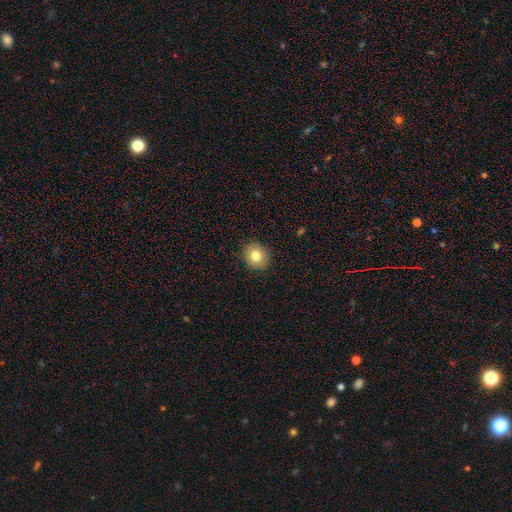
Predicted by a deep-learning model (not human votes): Morphology: type=smooth (80%); roundness=round (77%); merging=none (90%).